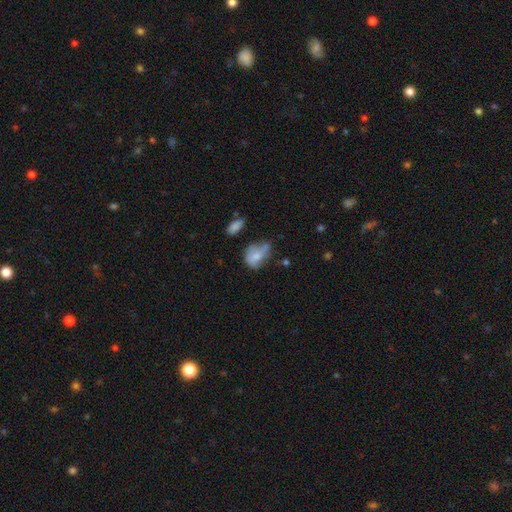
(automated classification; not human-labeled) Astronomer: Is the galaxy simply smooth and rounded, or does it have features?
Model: smooth — 69%.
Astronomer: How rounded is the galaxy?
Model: in between — 73%.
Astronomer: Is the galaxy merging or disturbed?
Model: minor disturbance — 38% (runner-up: none, 31%).